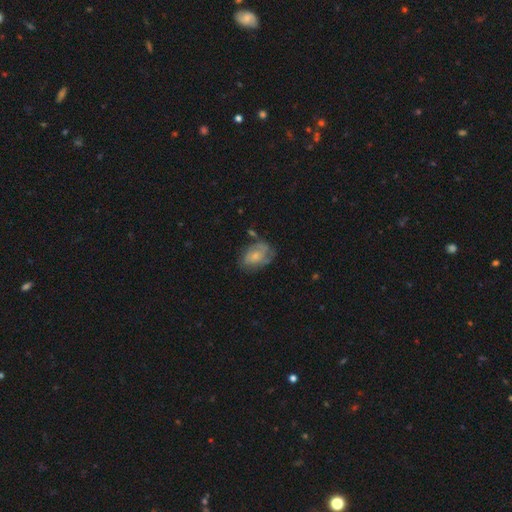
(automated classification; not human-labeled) Overall: featured or disk (47%; smooth 45%). Merging: none (50%; minor disturbance 29%).